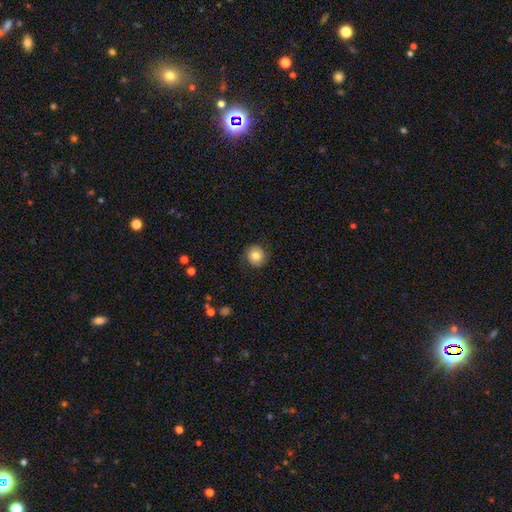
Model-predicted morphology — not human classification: A smooth galaxy with no disk features (77%) that is round (91%). Merging: none (84%).